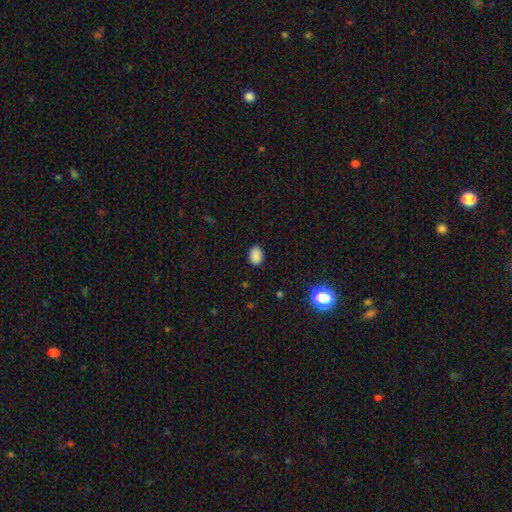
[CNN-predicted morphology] The model was most divided on "how rounded": in between: 72%, round: 27%, cigar-shaped: 1%. More confident: smooth or featured — smooth (86%); merging — none (86%).